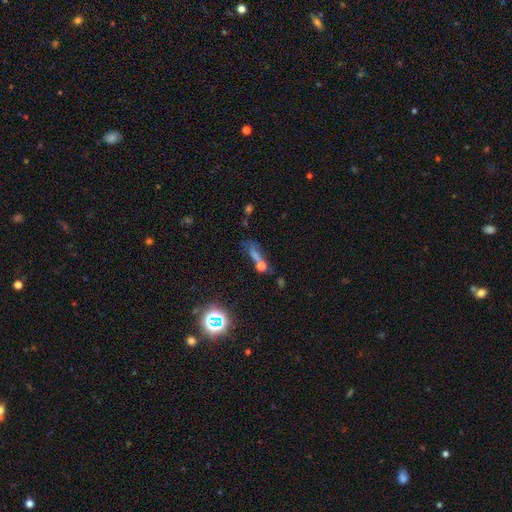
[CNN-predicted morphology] smooth-or-featured: smooth: 44% | star or artifact: 36% | featured or disk: 21%
  merging: none: 44% | merger: 29% | minor disturbance: 14% | major disturbance: 13%